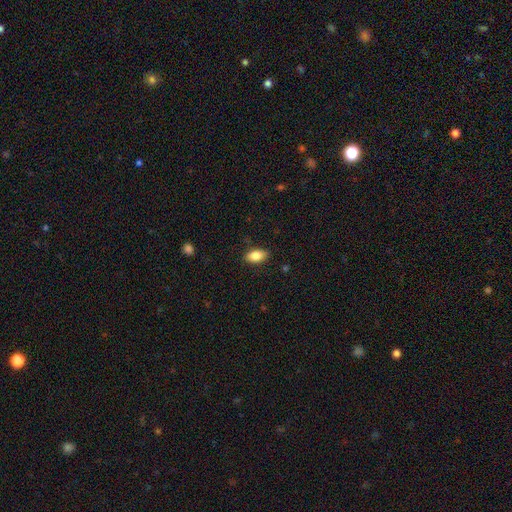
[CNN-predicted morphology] Smooth or featured?
  - smooth: 84% *
  - featured or disk: 9%
  - star or artifact: 7%
How rounded?
  - in between: 90% *
  - round: 6%
  - cigar-shaped: 4%
Merging?
  - none: 86% *
  - minor disturbance: 10%
  - major disturbance: 2%
  - merger: 1%